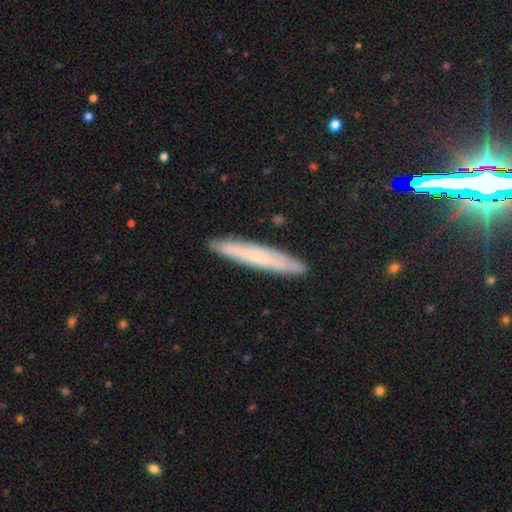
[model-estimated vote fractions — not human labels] smooth_or_featured: smooth (p=0.54) [alt: featured or disk p=0.39]
how_rounded: cigar-shaped (p=0.94) [alt: in between p=0.04]
merging: none (p=0.90) [alt: minor disturbance p=0.08]